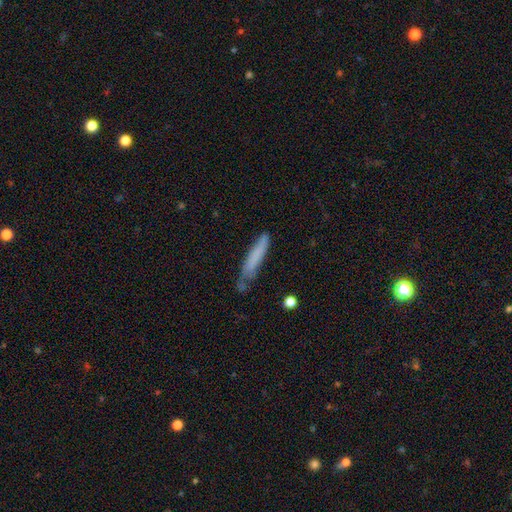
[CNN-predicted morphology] A smooth galaxy with no disk features (71%) that is cigar-shaped (90%). Merging: none (60%).